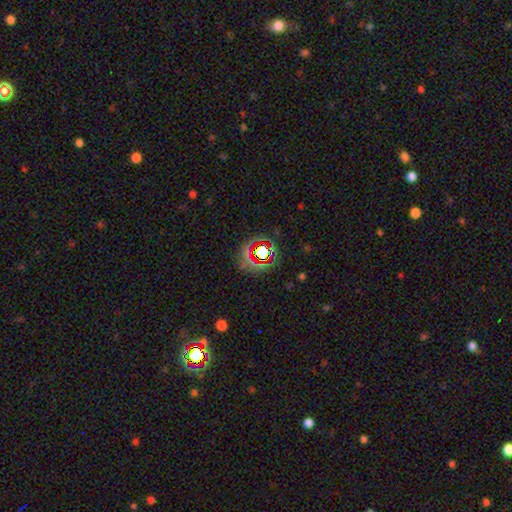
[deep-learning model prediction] A star or artifact, not a galaxy (61%).